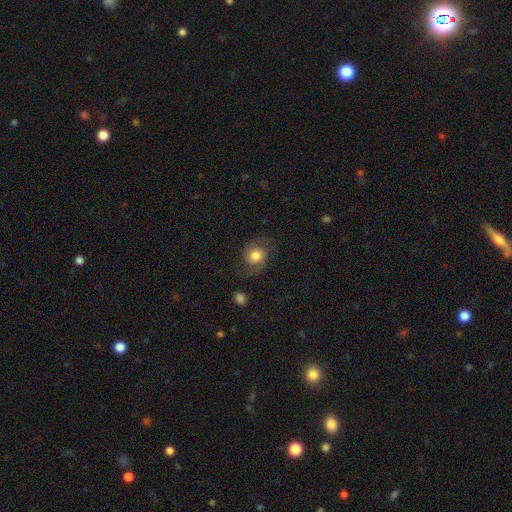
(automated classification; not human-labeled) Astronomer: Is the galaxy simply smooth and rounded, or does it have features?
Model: smooth — 57% (runner-up: featured or disk, 33%).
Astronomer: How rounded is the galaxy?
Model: round — 75%.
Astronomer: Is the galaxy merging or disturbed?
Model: none — 69%.